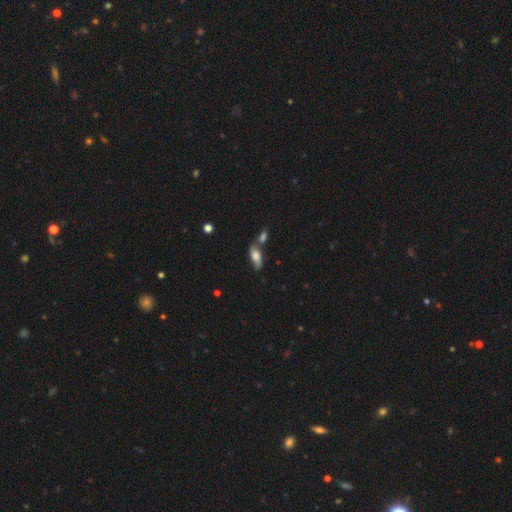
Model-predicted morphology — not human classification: This appears to be a smooth galaxy with no disk features (53%) that is in between round and cigar-shaped (79%). Merging: none (42%).